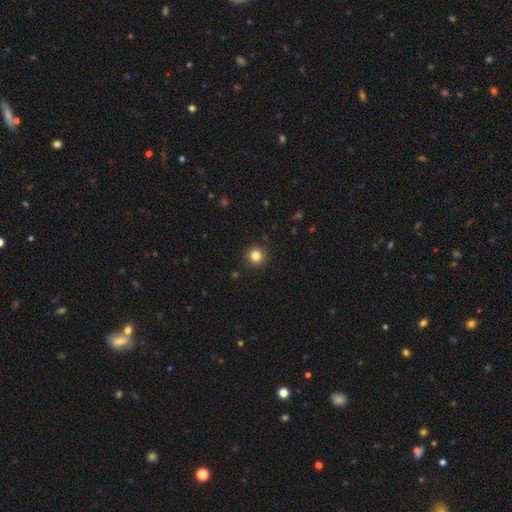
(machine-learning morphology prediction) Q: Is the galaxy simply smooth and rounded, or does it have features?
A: smooth — 83%.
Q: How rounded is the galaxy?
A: round — 95%.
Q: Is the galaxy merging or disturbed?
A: none — 92%.